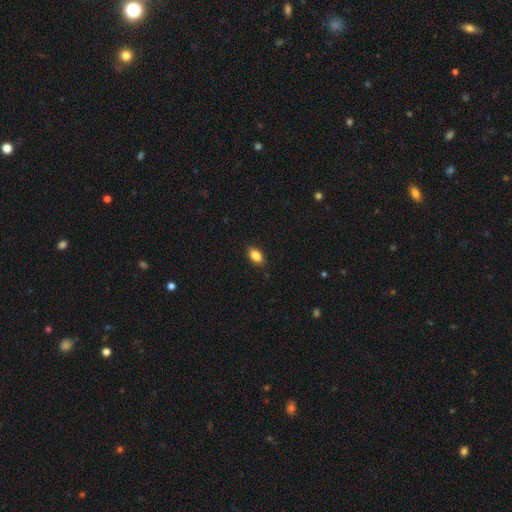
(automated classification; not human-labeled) smooth 87%, star or artifact 8%, featured or disk 5%. Down the decision tree: how rounded — in between (90%); merging — none (88%).